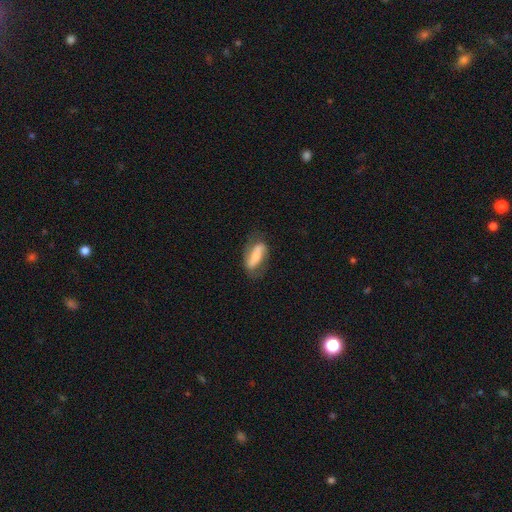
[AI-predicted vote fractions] Smooth or featured: featured or disk — 49% (smooth — 44%)
Merging: none — 65% (minor disturbance — 22%)